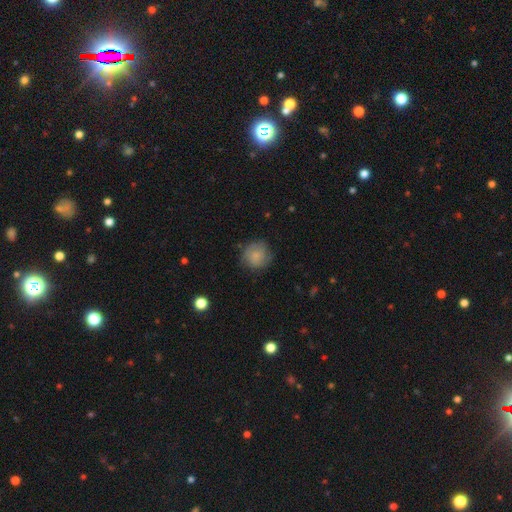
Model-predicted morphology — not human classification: This appears to be a smooth galaxy with no disk features (63%) that is round (87%). Merging: none (72%).